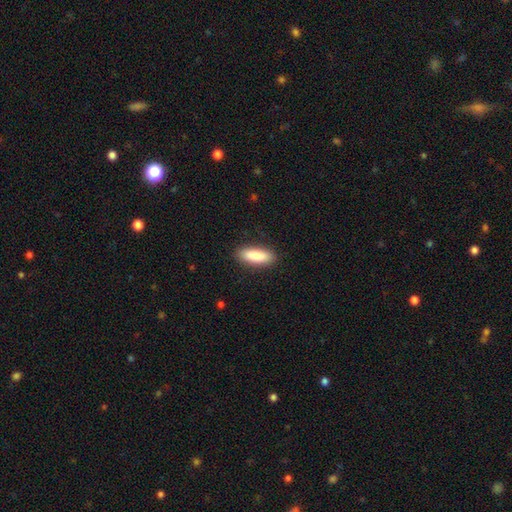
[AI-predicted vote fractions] Smooth or featured?
  - smooth: 85% *
  - featured or disk: 9%
  - star or artifact: 6%
How rounded?
  - in between: 62% *
  - cigar-shaped: 36%
  - round: 2%
Merging?
  - none: 88% *
  - minor disturbance: 9%
  - major disturbance: 2%
  - merger: 1%